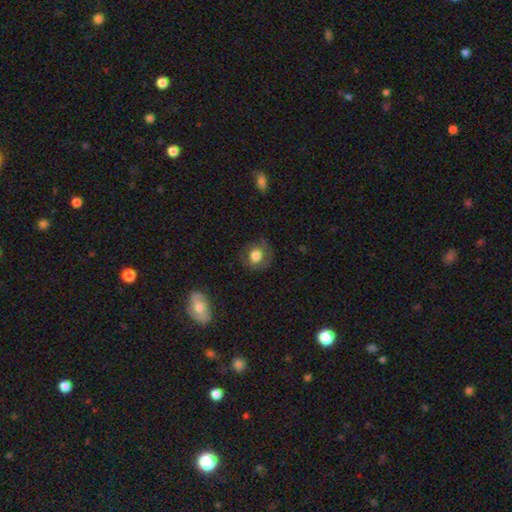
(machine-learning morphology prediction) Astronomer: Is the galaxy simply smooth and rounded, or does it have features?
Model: smooth — 69%.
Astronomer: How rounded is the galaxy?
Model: round — 74%.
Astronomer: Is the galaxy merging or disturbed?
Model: none — 69%.